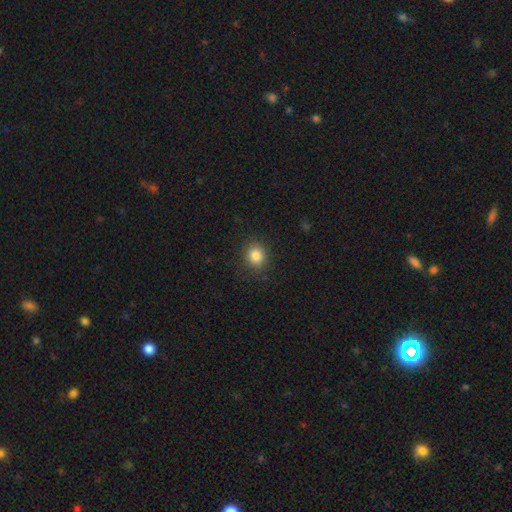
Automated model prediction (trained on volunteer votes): This appears to be a smooth galaxy with no disk features (84%) that is round (79%). Merging: none (88%).